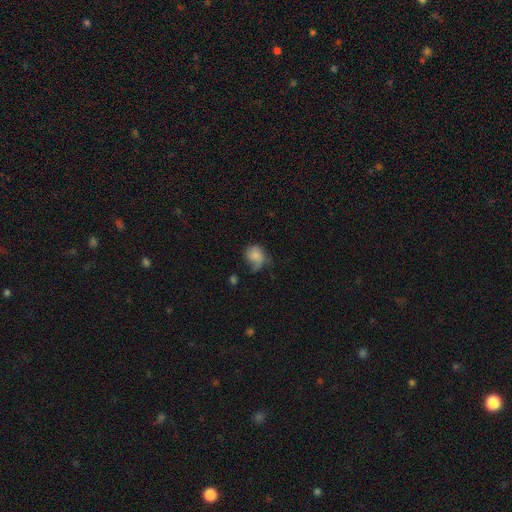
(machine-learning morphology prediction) Smooth or featured? Predicted: smooth (p=0.71). How rounded? Predicted: round (p=0.62). Merging? Predicted: none (p=0.36).